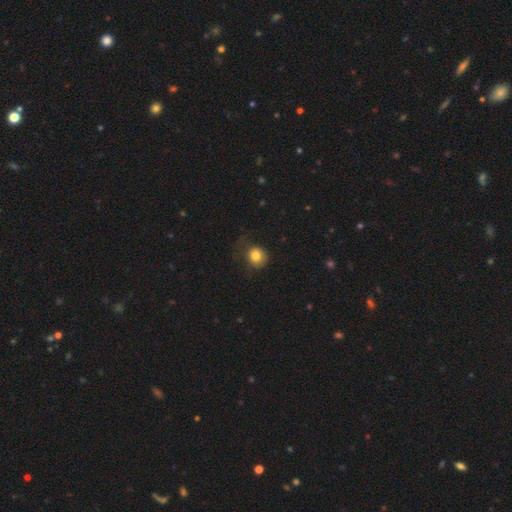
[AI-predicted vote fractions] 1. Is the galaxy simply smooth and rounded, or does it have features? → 81% smooth, 11% star or artifact, 8% featured or disk.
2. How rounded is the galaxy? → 83% round, 16% in between, 1% cigar-shaped.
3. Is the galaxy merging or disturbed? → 61% none, 24% minor disturbance, 13% major disturbance, 1% merger.